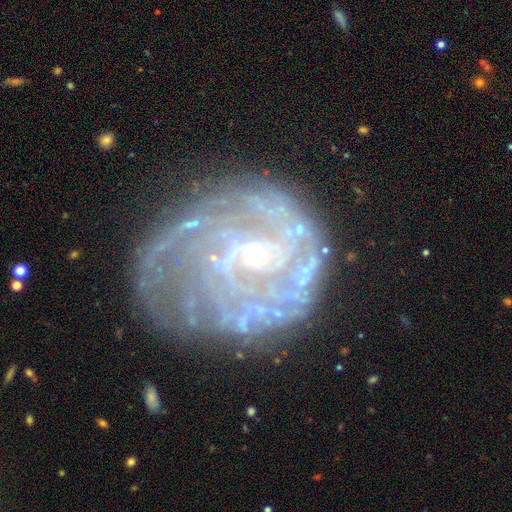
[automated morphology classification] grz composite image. It shows a featured or disk galaxy (81%) with no bar (66%), tight (63%) spiral arms (84%) and a small central bulge (82%). Merging: none (62%).